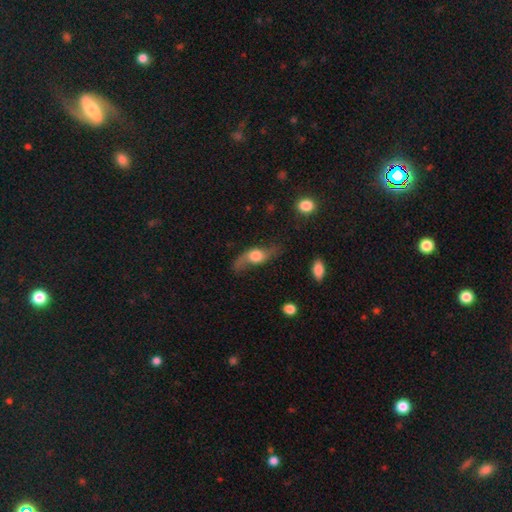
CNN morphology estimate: This is likely a featured or disk galaxy (62%). It is likely not viewed edge-on (68%). Merging: possibly none (57%).